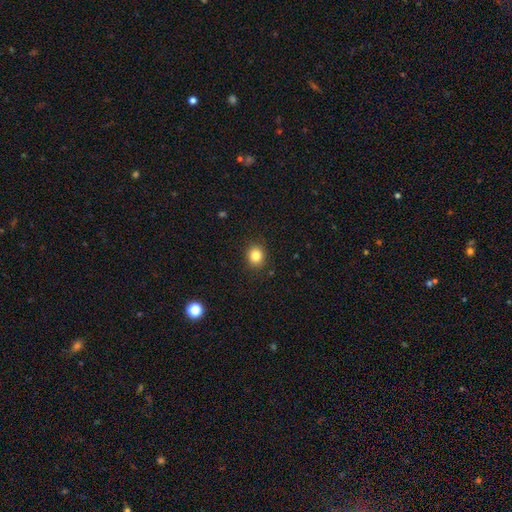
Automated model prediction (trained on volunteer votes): Smooth or featured?
  - smooth: 83% *
  - star or artifact: 11%
  - featured or disk: 6%
How rounded?
  - round: 74% *
  - in between: 25%
  - cigar-shaped: 1%
Merging?
  - none: 90% *
  - minor disturbance: 7%
  - major disturbance: 2%
  - merger: 1%